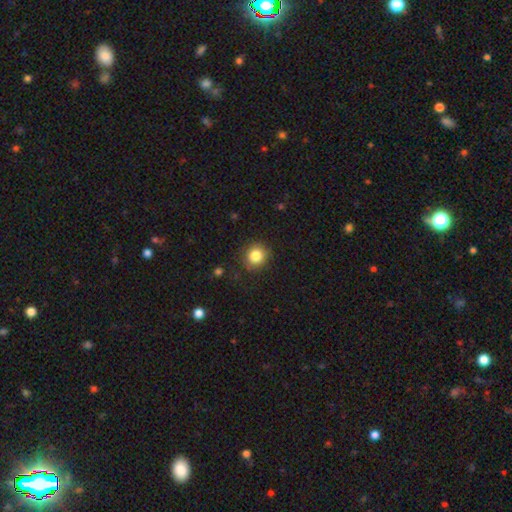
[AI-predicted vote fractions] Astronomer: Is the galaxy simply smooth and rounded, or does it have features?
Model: smooth — 84%.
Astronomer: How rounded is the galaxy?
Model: round — 88%.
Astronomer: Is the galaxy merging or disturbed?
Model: none — 86%.